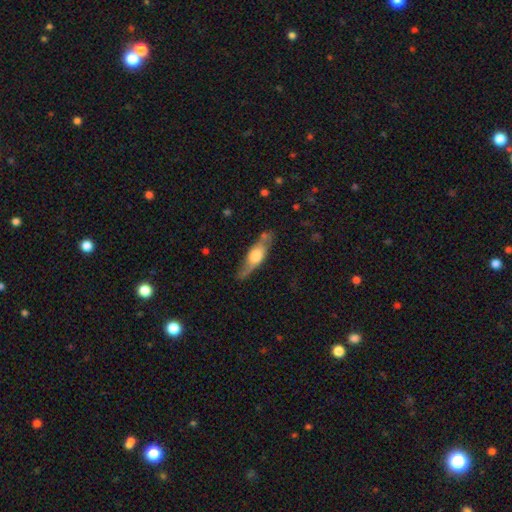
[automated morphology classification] This appears to be a featured or disk galaxy (56%) viewed edge-on (74%). Merging: none (70%).